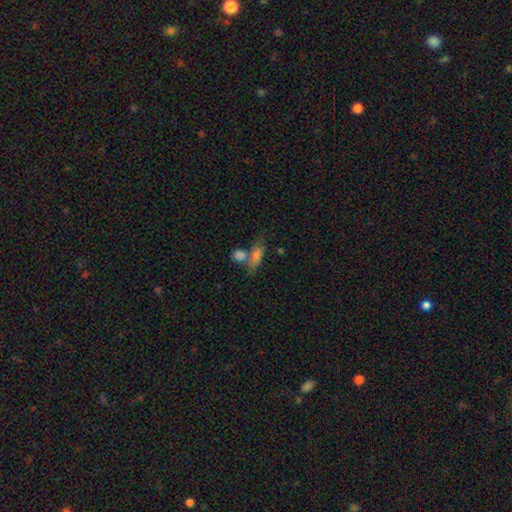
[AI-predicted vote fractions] Smooth or featured?
  - smooth: 71% *
  - featured or disk: 18%
  - star or artifact: 11%
How rounded?
  - in between: 62% *
  - cigar-shaped: 29%
  - round: 8%
Merging?
  - none: 43% *
  - merger: 37%
  - minor disturbance: 13%
  - major disturbance: 7%